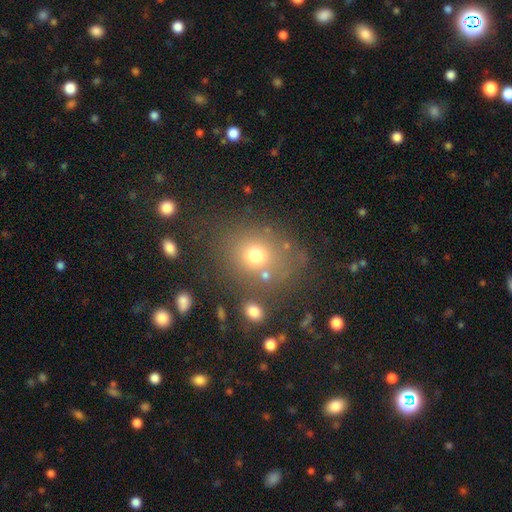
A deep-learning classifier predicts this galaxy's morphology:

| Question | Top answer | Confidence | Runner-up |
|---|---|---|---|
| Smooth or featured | smooth | 71% | star or artifact (17%) |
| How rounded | round | 66% | in between (33%) |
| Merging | none | 73% | minor disturbance (13%) |